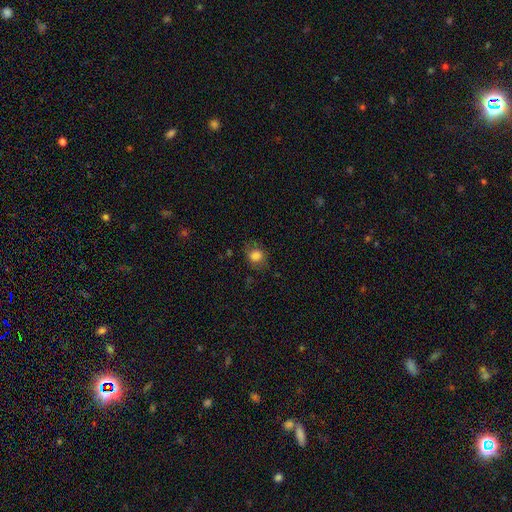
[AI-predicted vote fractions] smooth-or-featured: smooth: 82% | star or artifact: 11% | featured or disk: 8%
  how-rounded: round: 69% | in between: 30% | cigar-shaped: 1%
  merging: none: 72% | minor disturbance: 19% | major disturbance: 7% | merger: 1%